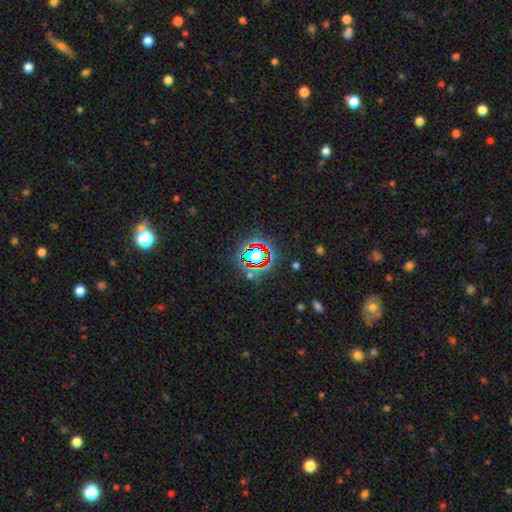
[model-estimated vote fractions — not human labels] Smooth or featured: star or artifact — 67% (smooth — 19%)